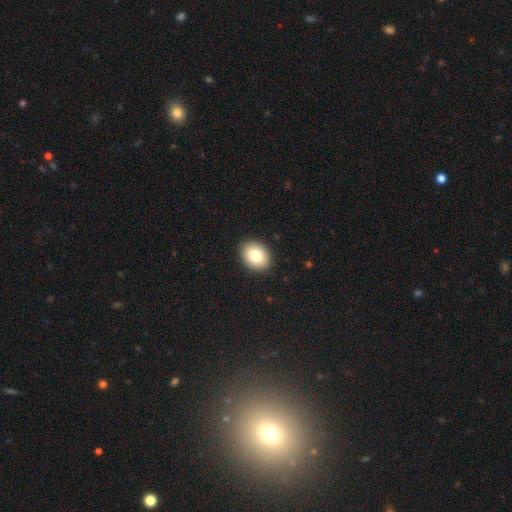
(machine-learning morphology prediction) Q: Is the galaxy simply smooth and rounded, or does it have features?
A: smooth — 81%.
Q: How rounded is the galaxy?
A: in between — 63%.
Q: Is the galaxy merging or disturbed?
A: none — 90%.